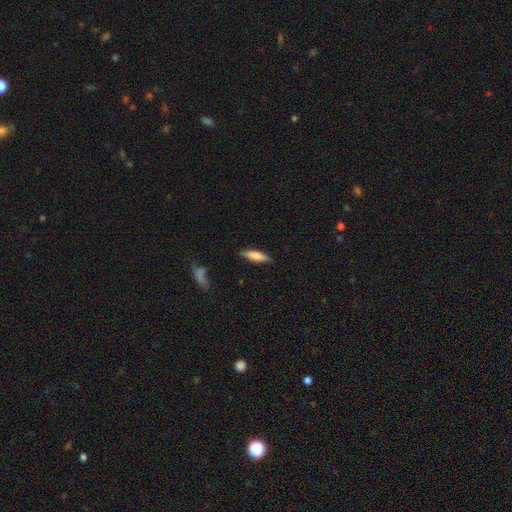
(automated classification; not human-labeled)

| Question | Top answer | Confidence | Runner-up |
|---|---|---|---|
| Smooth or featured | smooth | 77% | featured or disk (17%) |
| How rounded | cigar-shaped | 64% | in between (34%) |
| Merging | none | 84% | minor disturbance (11%) |